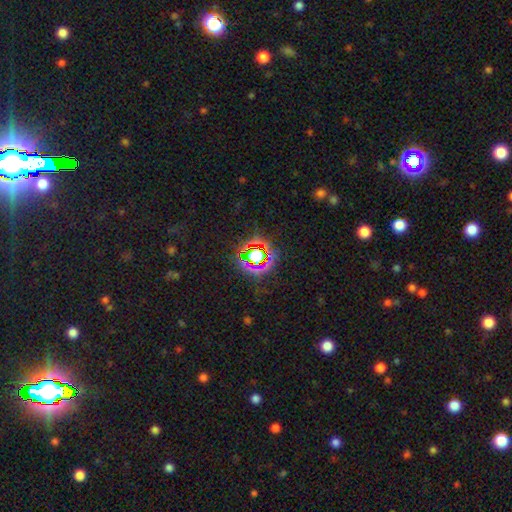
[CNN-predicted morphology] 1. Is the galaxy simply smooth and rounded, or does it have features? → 68% star or artifact, 20% smooth, 12% featured or disk.